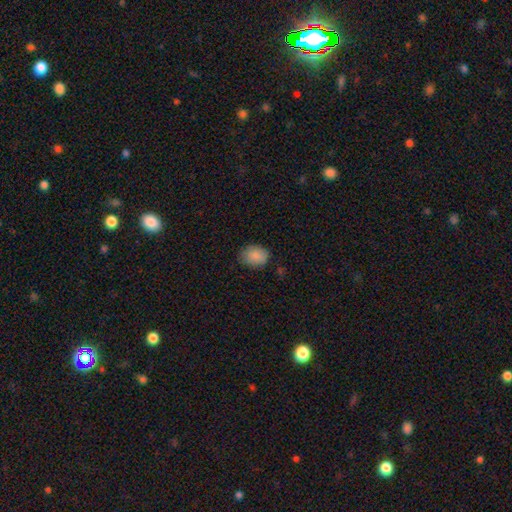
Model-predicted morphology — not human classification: smooth_or_featured: smooth (p=0.87) [alt: star or artifact p=0.08]
how_rounded: in between (p=0.66) [alt: round p=0.33]
merging: none (p=0.74) [alt: minor disturbance p=0.21]